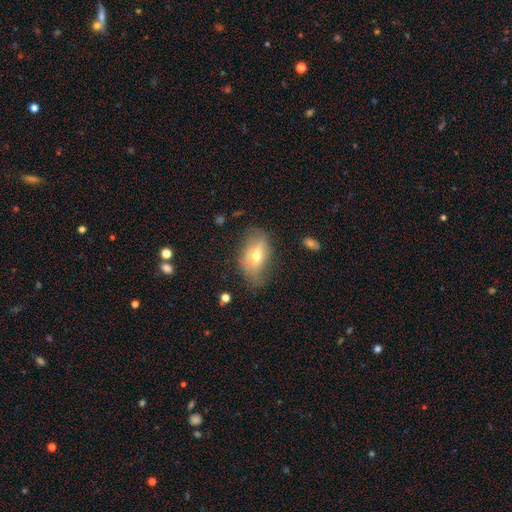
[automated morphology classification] Q: Smooth or featured?
A: smooth (56%); runner-up: featured or disk (35%)
Q: How rounded?
A: in between (87%); runner-up: round (7%)
Q: Merging?
A: none (60%); runner-up: minor disturbance (27%)